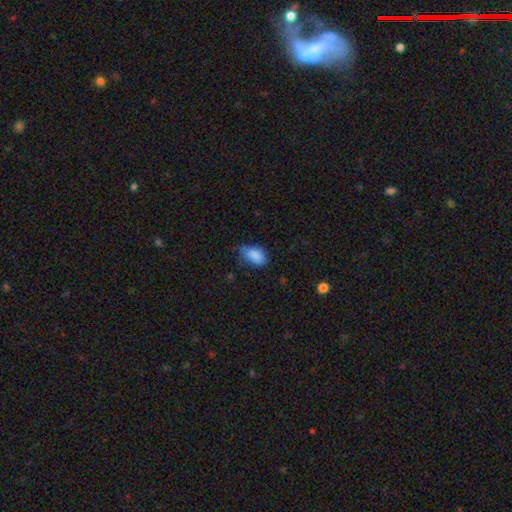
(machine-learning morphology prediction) This is clearly a smooth galaxy (85%). How rounded: clearly in between (90%). Merging: possibly none (46%).